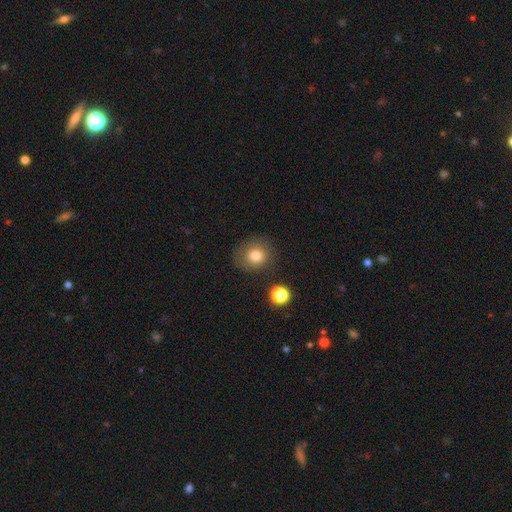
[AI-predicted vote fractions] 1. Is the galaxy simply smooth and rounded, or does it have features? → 80% smooth, 11% star or artifact, 10% featured or disk.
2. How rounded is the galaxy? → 78% round, 21% in between, 1% cigar-shaped.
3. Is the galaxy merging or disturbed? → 77% none, 14% minor disturbance, 5% major disturbance, 4% merger.